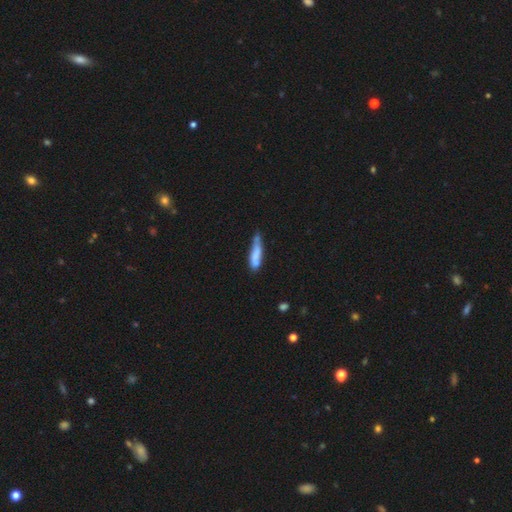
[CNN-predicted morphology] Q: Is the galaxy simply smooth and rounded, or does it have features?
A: smooth — 69%.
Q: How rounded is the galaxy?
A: cigar-shaped — 77%.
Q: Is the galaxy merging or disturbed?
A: none — 41%.